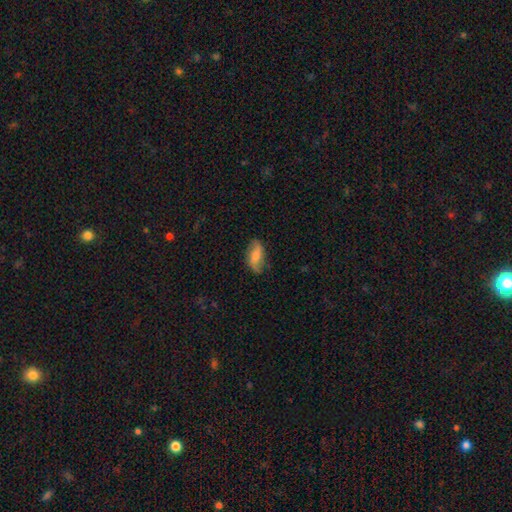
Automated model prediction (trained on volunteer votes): Morphology: type=smooth (50%); roundness=in between (87%); merging=none (77%).